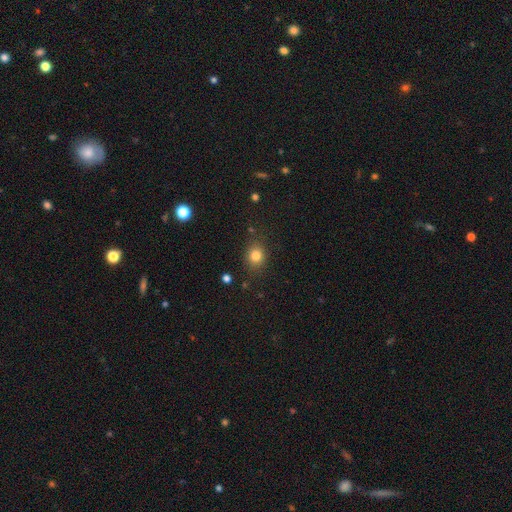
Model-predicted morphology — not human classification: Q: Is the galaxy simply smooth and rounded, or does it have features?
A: smooth — 82%.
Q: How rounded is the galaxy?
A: round — 66%.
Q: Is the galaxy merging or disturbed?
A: none — 82%.